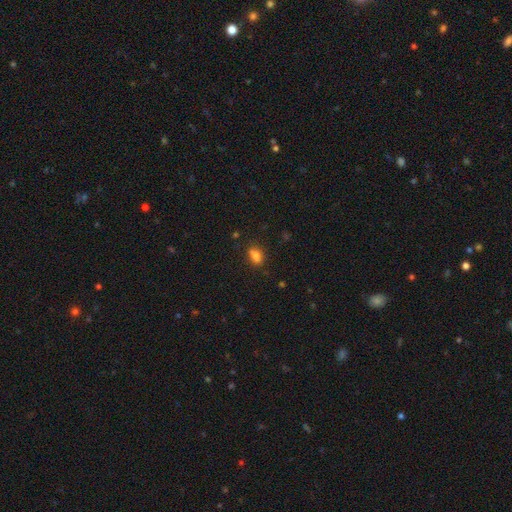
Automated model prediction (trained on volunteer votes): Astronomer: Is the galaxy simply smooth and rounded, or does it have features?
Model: smooth — 78%.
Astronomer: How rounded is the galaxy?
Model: in between — 76%.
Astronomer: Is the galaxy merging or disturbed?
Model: none — 71%.